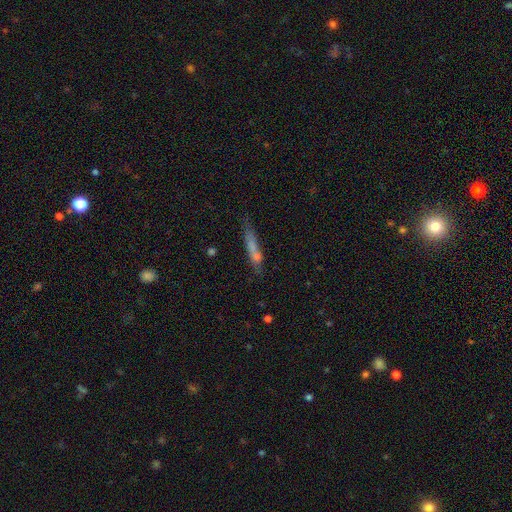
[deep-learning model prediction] This appears to be a smooth galaxy with no disk features (60%) that is cigar-shaped (89%). Merging: none (61%).